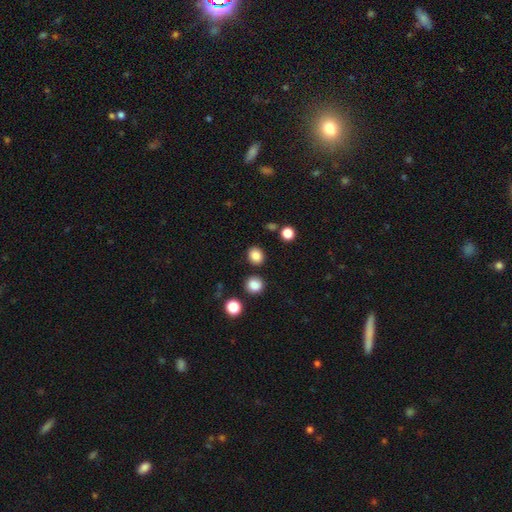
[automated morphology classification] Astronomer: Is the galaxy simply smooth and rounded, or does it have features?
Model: smooth — 85%.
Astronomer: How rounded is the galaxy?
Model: round — 65%.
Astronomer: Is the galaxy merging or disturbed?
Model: none — 85%.